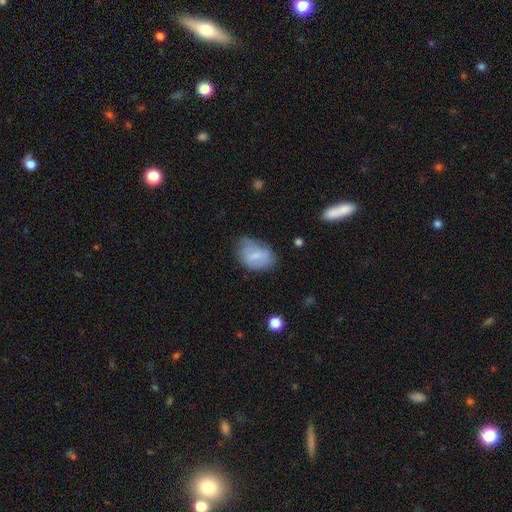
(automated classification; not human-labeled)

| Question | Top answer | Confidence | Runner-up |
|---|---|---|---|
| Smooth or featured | smooth | 56% | featured or disk (36%) |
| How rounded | in between | 83% | round (16%) |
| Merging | none | 50% | minor disturbance (34%) |